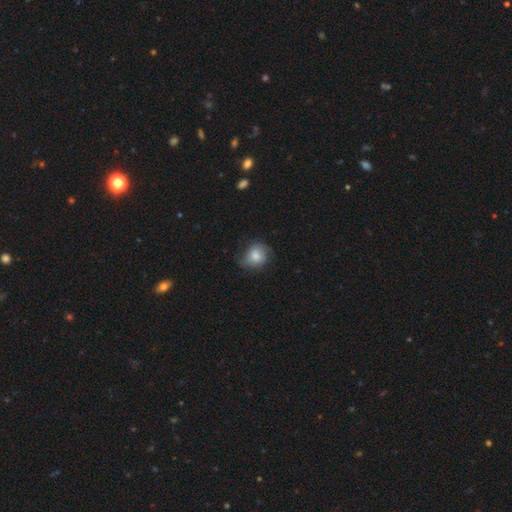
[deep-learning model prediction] Q: Smooth or featured?
A: smooth (73%); runner-up: featured or disk (19%)
Q: How rounded?
A: round (63%); runner-up: in between (36%)
Q: Merging?
A: none (59%); runner-up: minor disturbance (29%)